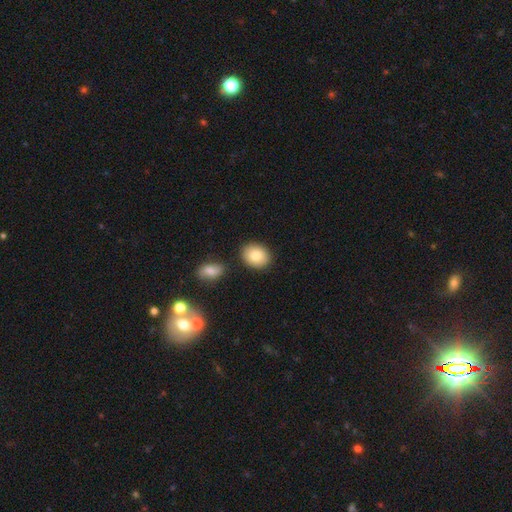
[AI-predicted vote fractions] smooth 85%, featured or disk 8%, star or artifact 7%. Down the decision tree: how rounded — in between (53%); merging — none (83%).